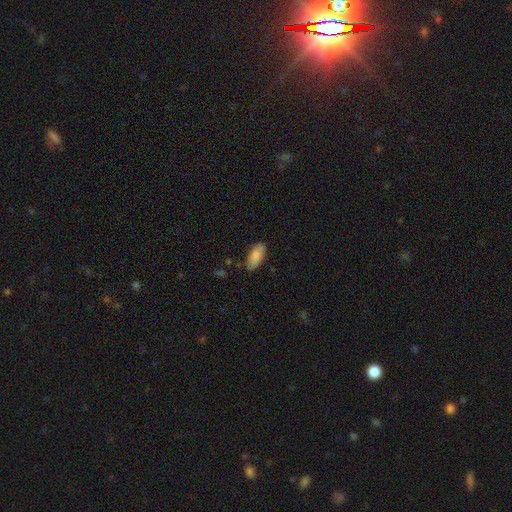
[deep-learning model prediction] Morphology: type=smooth (84%); roundness=in between (89%); merging=none (78%).